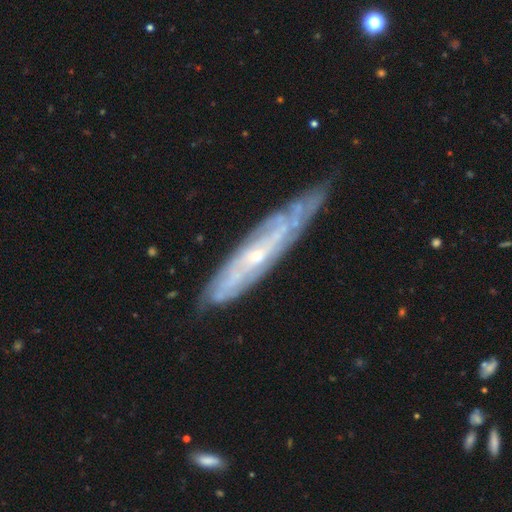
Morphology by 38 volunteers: Overall: featured or disk (87%). Edge-on disk: no (52%; yes 48%). Bar: no (65%). Spiral arms: yes (76%). Spiral arm count: can't tell (69%). Spiral winding: tight (38%, tied with medium). Bulge size: small (59%; moderate 41%). Merging: none (59%; minor disturbance 32%).